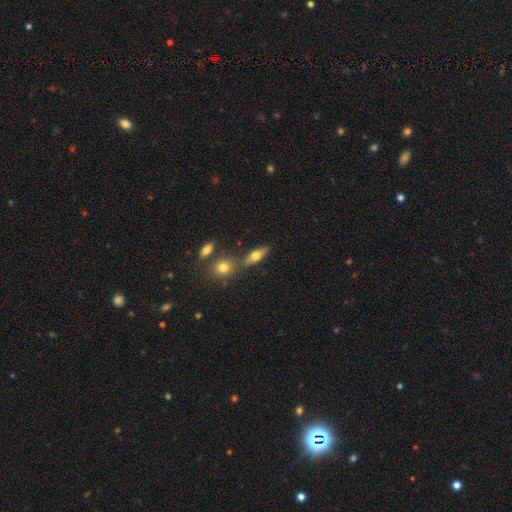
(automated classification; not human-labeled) smooth 54%, featured or disk 37%, star or artifact 9%. Down the decision tree: how rounded — in between (59%); merging — none (68%).